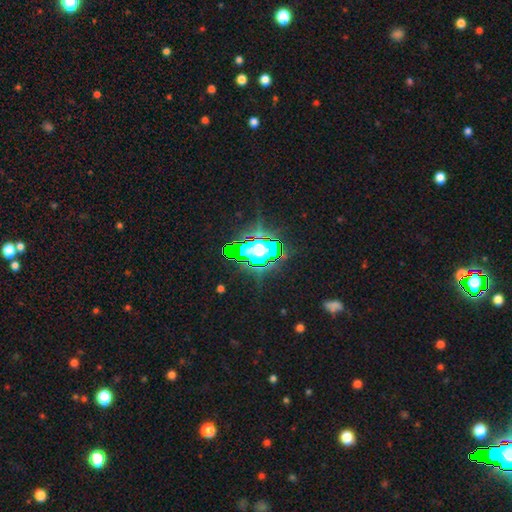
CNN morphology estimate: A star or artifact, not a galaxy (57%).

Vote fractions:
- Smooth or featured? star or artifact: 57% / smooth: 22% / featured or disk: 21%